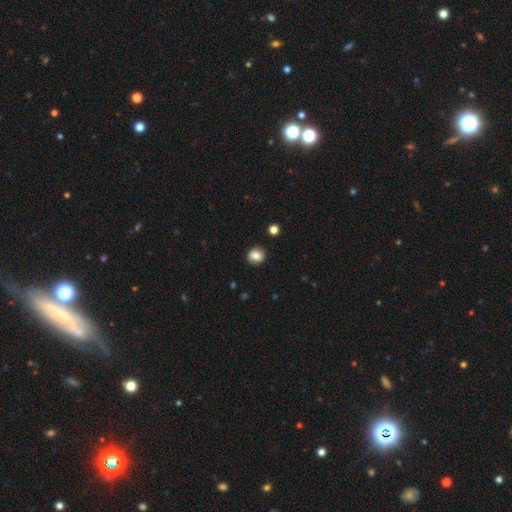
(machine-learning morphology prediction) smooth-or-featured: smooth: 82% | star or artifact: 10% | featured or disk: 9%
  how-rounded: round: 79% | in between: 20% | cigar-shaped: 1%
  merging: none: 87% | minor disturbance: 9% | major disturbance: 2% | merger: 1%